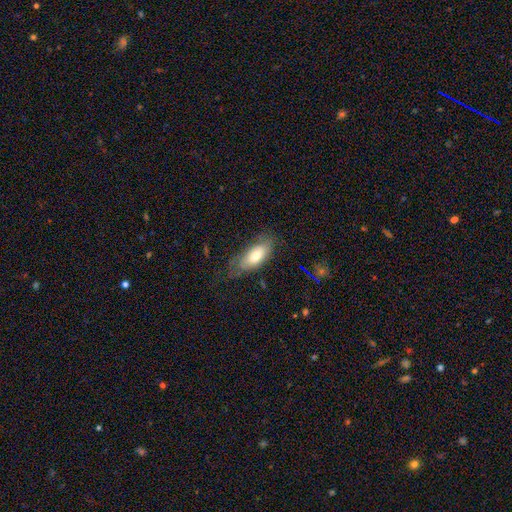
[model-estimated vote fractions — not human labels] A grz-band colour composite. It shows a smooth galaxy with no disk features (68%) that is in between round and cigar-shaped (83%). Merging: none (56%).